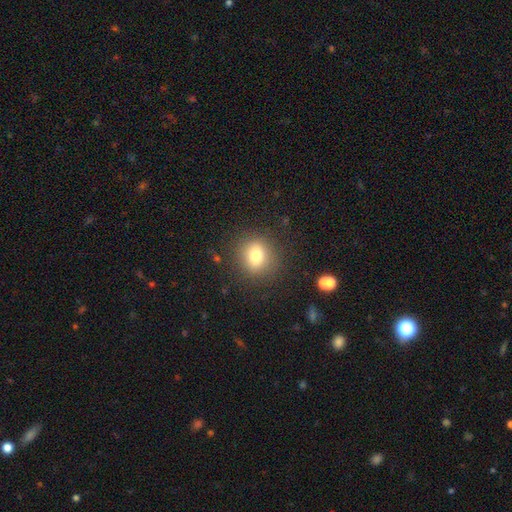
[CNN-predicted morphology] This is likely a smooth galaxy (77%). How rounded: likely round (70%). Merging: clearly none (86%).